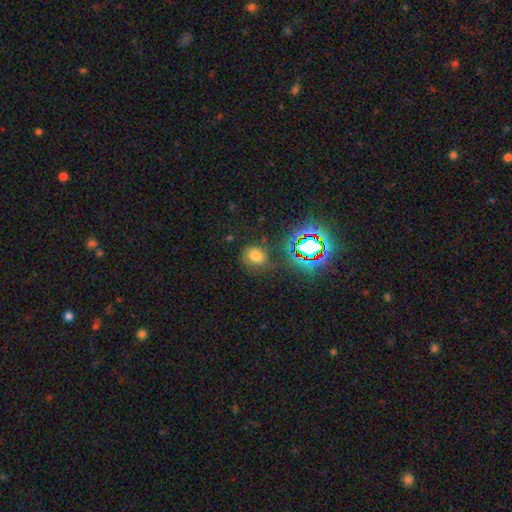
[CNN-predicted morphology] The model was most divided on "how rounded": round: 62%, in between: 37%, cigar-shaped: 1%. More confident: merging — none (76%); smooth or featured — smooth (67%).